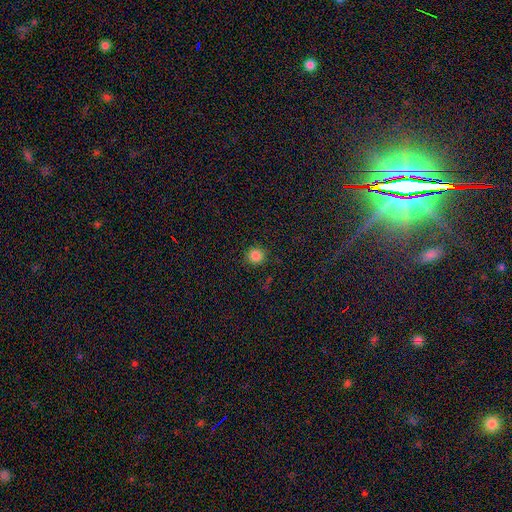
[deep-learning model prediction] This appears to be a smooth galaxy with no disk features (84%) that is round (93%). Merging: none (90%).